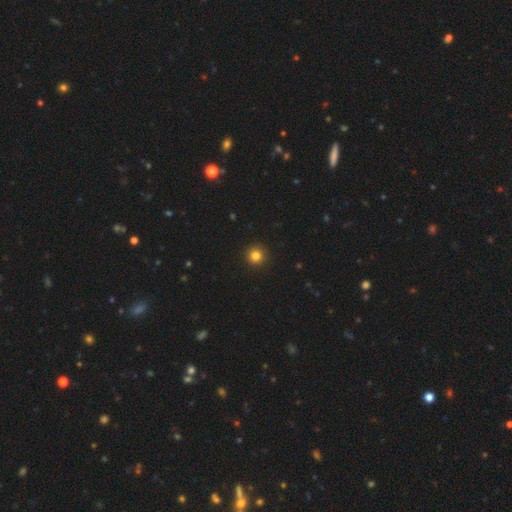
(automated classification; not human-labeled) Overall: smooth (82%). How rounded: round (96%). Merging: none (93%).